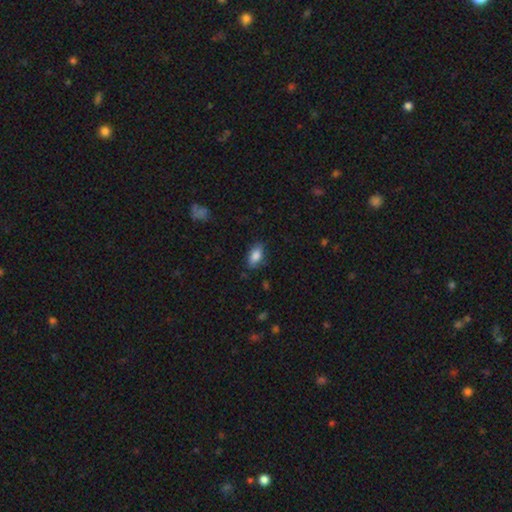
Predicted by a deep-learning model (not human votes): A smooth galaxy with no disk features (85%) that is in between round and cigar-shaped (91%). Merging: none (80%).